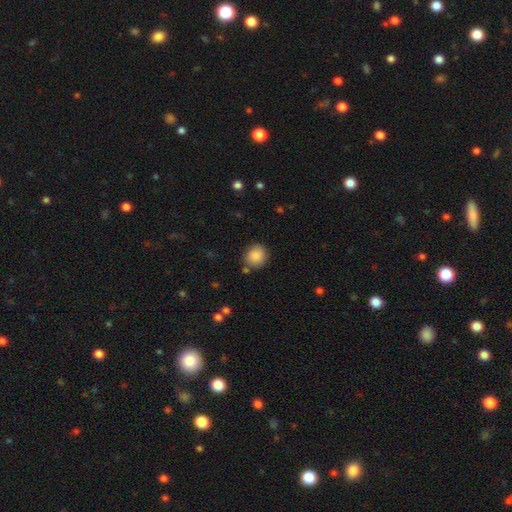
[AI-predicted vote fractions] Smooth or featured: smooth — 88% (star or artifact — 8%)
How rounded: round — 85% (in between — 14%)
Merging: none — 82% (minor disturbance — 11%)